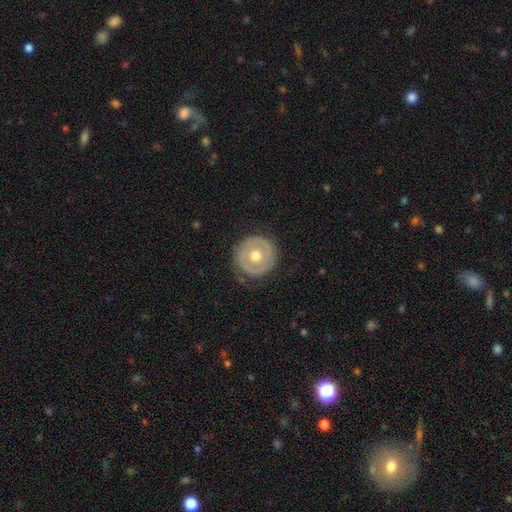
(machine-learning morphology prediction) Smooth or featured? featured or disk (57%)
Edge-on disk? no (96%)
Bar? no (85%)
Spiral arms? no (67%)
Bulge size? moderate (79%)
Merging? none (85%)